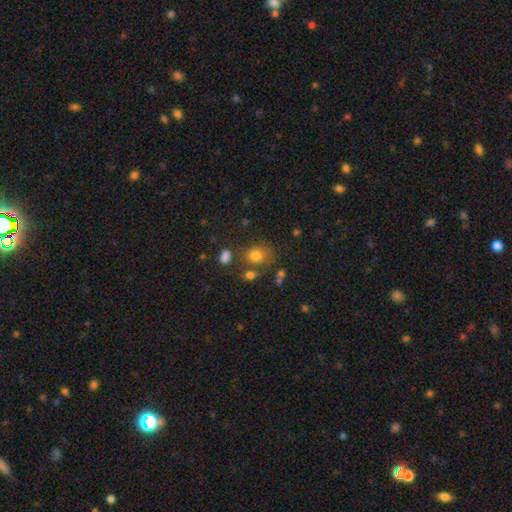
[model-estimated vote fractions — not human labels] This is likely a smooth galaxy (76%). How rounded: possibly round (60%). Merging: possibly none (53%).